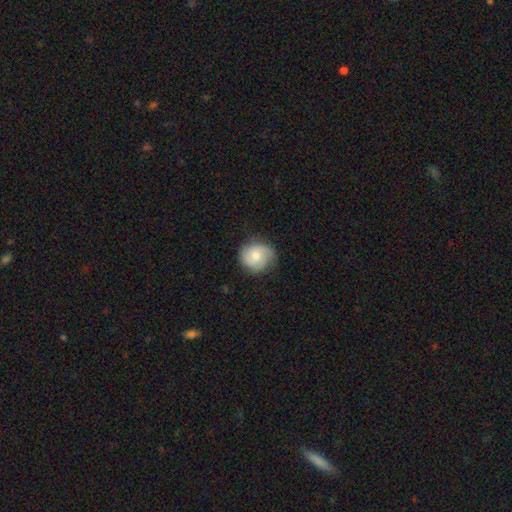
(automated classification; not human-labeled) Smooth or featured: smooth — 59% (featured or disk — 34%)
How rounded: round — 84% (in between — 15%)
Merging: none — 74% (minor disturbance — 20%)